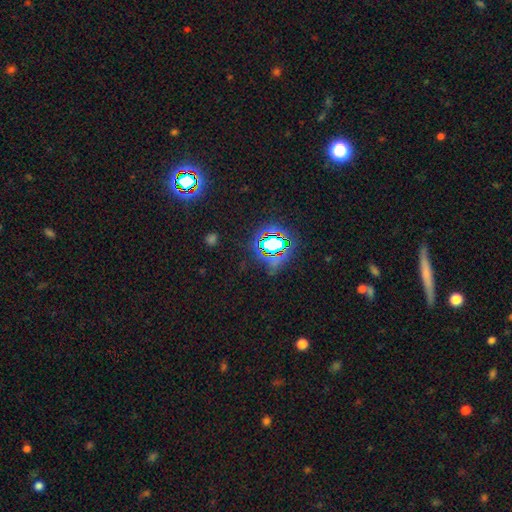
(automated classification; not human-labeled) Smooth or featured: star or artifact — 80% (smooth — 12%)